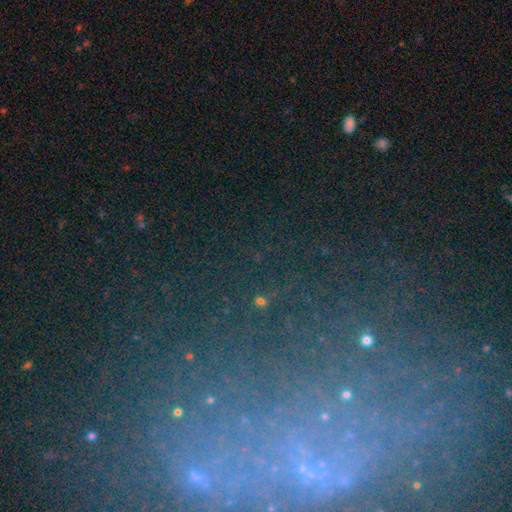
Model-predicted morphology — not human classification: Q: Smooth or featured?
A: star or artifact (58%); runner-up: featured or disk (25%)